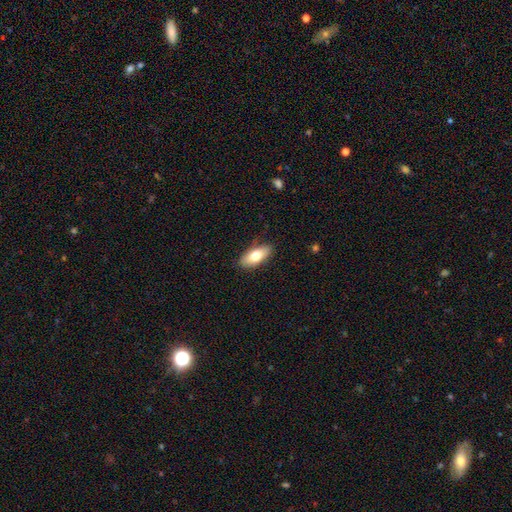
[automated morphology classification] smooth_or_featured: smooth (p=0.72) [alt: featured or disk p=0.22]
how_rounded: in between (p=0.82) [alt: cigar-shaped p=0.15]
merging: none (p=0.86) [alt: minor disturbance p=0.11]